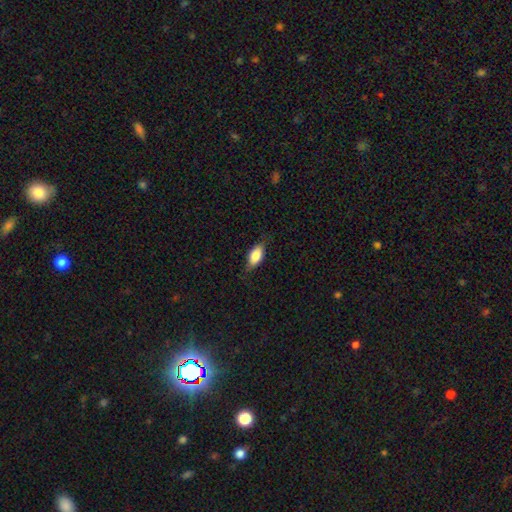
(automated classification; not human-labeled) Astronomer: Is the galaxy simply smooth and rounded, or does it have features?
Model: smooth — 78%.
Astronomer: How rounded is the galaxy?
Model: in between — 85%.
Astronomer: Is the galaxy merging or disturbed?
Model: none — 77%.